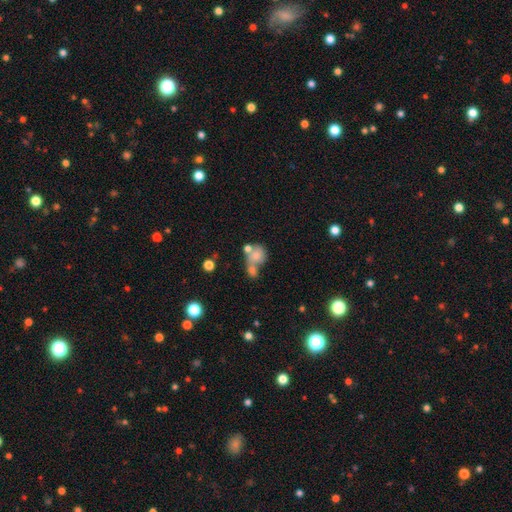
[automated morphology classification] Q: Smooth or featured?
A: smooth (67%); runner-up: featured or disk (21%)
Q: How rounded?
A: round (60%); runner-up: in between (38%)
Q: Merging?
A: merger (58%); runner-up: none (24%)